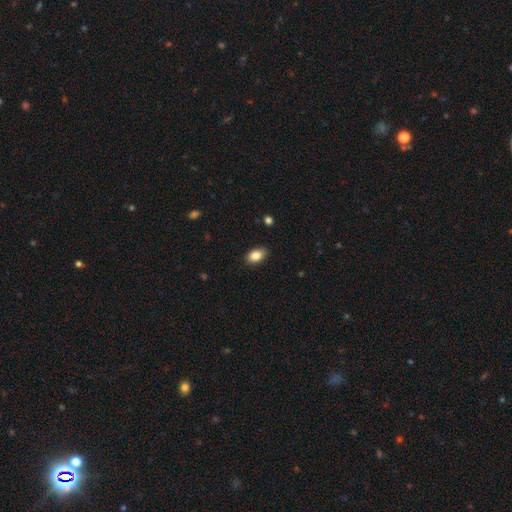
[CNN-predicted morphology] Q: Smooth or featured?
A: smooth (86%); runner-up: star or artifact (8%)
Q: How rounded?
A: in between (90%); runner-up: round (9%)
Q: Merging?
A: none (87%); runner-up: minor disturbance (9%)